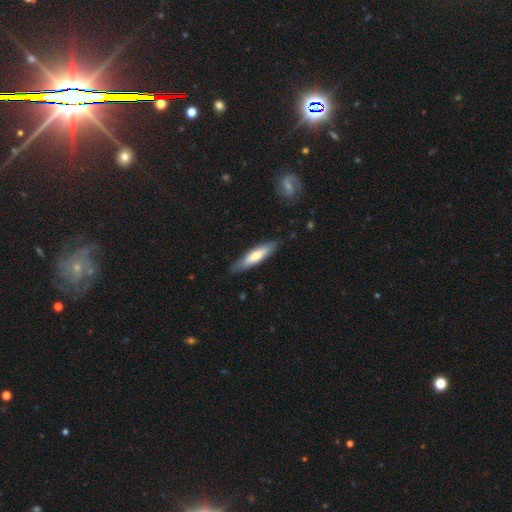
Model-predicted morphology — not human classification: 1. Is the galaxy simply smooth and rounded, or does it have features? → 64% smooth, 31% featured or disk, 5% star or artifact.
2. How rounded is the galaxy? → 71% cigar-shaped, 28% in between, 1% round.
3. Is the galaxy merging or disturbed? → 84% none, 12% minor disturbance, 2% major disturbance, 1% merger.